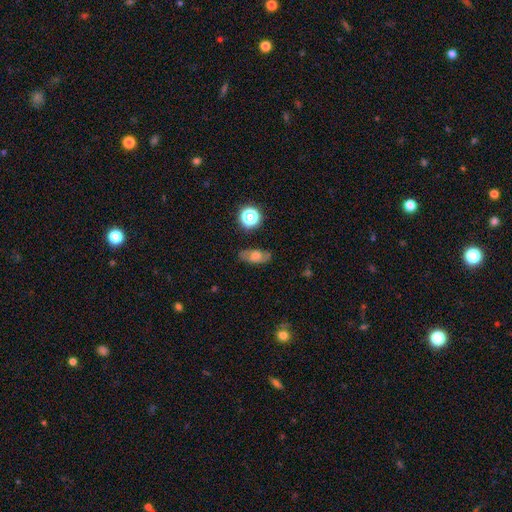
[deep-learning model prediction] This appears to be a smooth galaxy with no disk features (48%). Merging: none (77%).